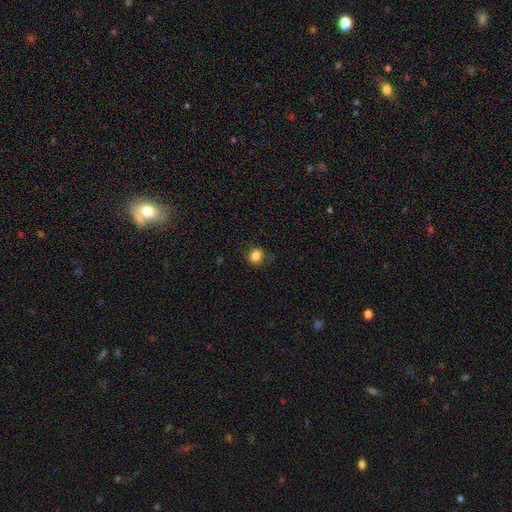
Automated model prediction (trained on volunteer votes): Smooth or featured: smooth — 84% (star or artifact — 11%)
How rounded: round — 86% (in between — 13%)
Merging: none — 84% (minor disturbance — 12%)